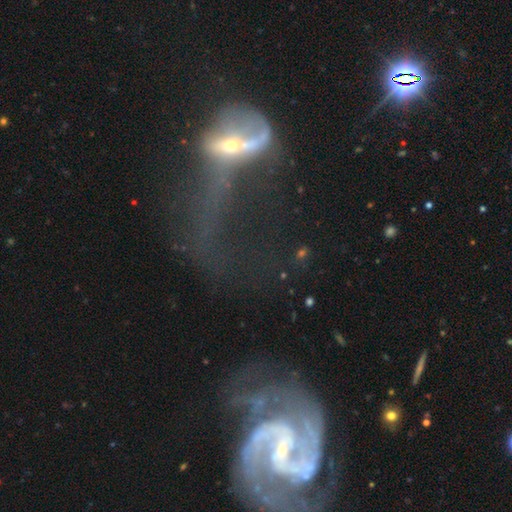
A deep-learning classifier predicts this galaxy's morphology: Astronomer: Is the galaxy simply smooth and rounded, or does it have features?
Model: featured or disk — 78%.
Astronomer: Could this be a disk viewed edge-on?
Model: no — 92%.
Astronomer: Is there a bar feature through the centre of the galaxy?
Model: no — 37% (runner-up: weak, 35%).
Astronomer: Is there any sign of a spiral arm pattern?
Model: yes — 80%.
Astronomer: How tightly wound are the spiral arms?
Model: loose — 51% (runner-up: medium, 33%).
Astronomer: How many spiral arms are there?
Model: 2 — 72%.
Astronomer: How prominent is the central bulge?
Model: small — 56%.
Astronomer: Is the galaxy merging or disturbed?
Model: merger — 35% (runner-up: major disturbance, 33%).